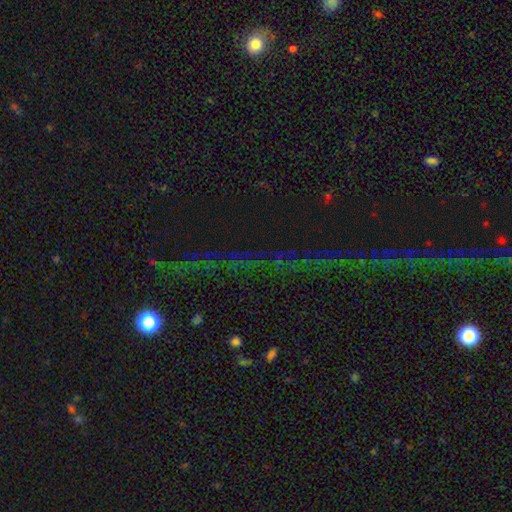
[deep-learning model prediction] Overall: star or artifact (75%).